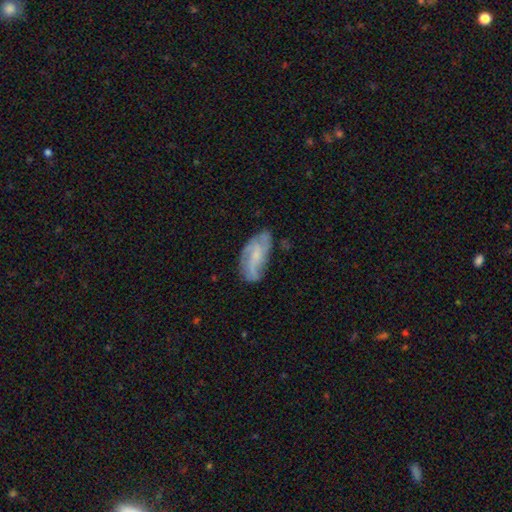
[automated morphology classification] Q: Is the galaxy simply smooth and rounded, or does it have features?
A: featured or disk — 67%.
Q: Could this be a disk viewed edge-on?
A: no — 94%.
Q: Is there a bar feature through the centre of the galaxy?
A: no — 55%.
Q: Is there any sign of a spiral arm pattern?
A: yes — 89%.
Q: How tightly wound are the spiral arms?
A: medium — 44%.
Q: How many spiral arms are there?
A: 3 — 32%.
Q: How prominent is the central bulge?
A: small — 53%.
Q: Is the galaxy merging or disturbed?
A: none — 60%.